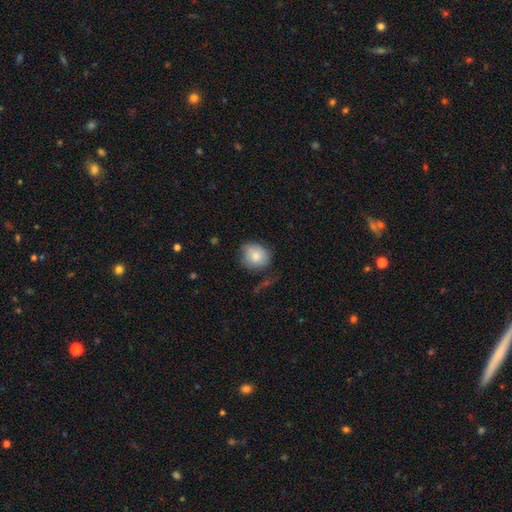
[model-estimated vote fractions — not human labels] Smooth or featured? Predicted: smooth (p=0.80). How rounded? Predicted: round (p=0.74). Merging? Predicted: none (p=0.63).